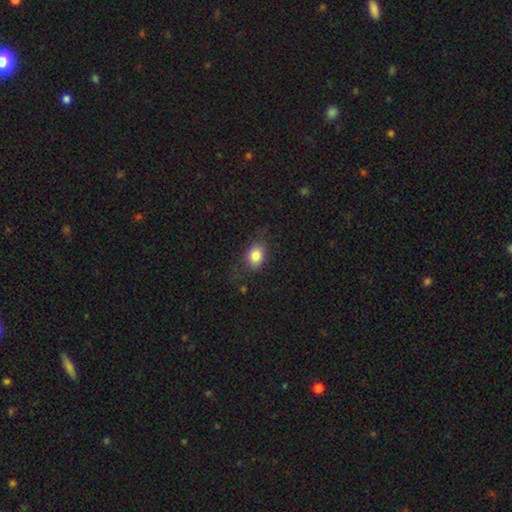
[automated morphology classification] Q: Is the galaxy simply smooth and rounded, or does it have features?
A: smooth — 83%.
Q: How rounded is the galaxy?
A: in between — 64%.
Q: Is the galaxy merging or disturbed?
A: none — 73%.